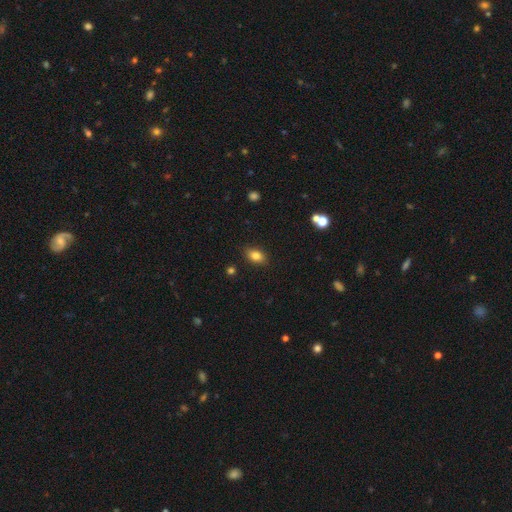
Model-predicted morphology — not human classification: The model was most divided on "how rounded": in between: 84%, round: 13%, cigar-shaped: 3%. More confident: merging — none (86%); smooth or featured — smooth (82%).